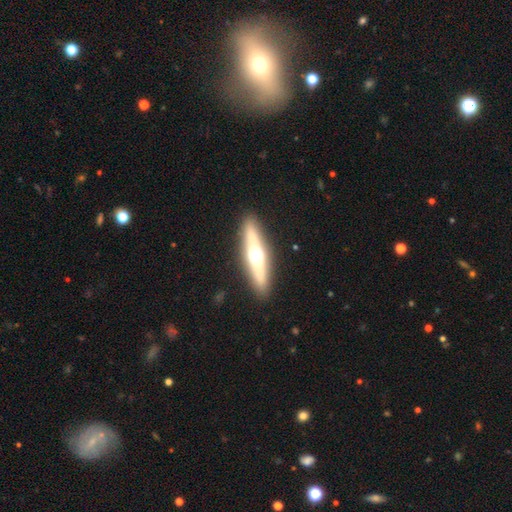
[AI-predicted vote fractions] A featured or disk galaxy (55%) viewed edge-on (88%). Merging: none (89%).